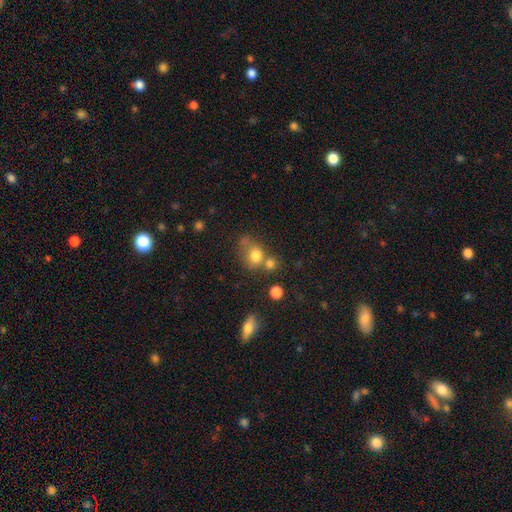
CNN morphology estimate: The model was most divided on "merging": none: 42%, merger: 34%, minor disturbance: 15%, major disturbance: 9%. More confident: smooth or featured — smooth (76%); how rounded — round (67%).